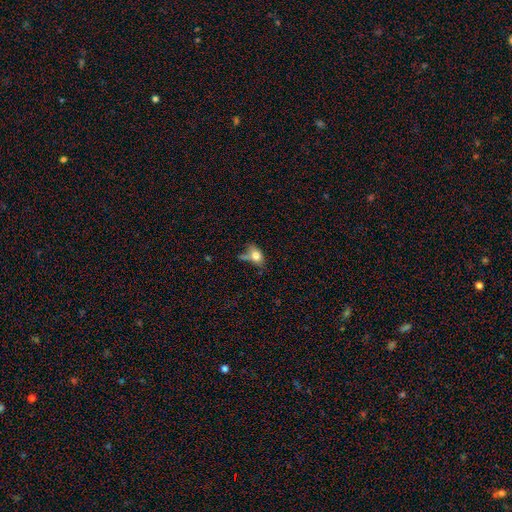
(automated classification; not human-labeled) Smooth or featured?
  - smooth: 73% *
  - featured or disk: 17%
  - star or artifact: 10%
How rounded?
  - in between: 78% *
  - round: 16%
  - cigar-shaped: 5%
Merging?
  - none: 39% *
  - minor disturbance: 26%
  - merger: 18%
  - major disturbance: 17%